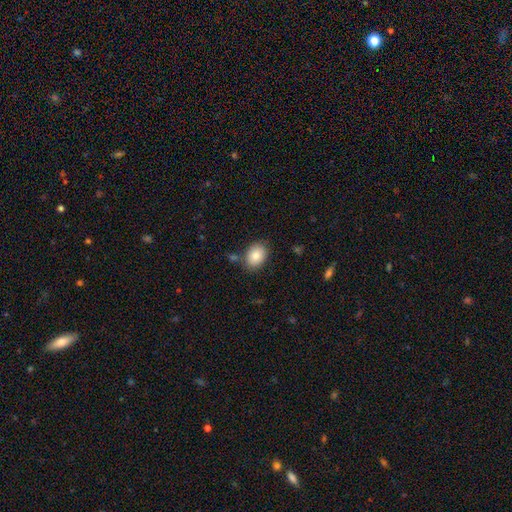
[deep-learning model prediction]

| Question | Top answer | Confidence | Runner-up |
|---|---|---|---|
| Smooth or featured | smooth | 85% | featured or disk (8%) |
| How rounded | in between | 71% | round (28%) |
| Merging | none | 79% | minor disturbance (13%) |